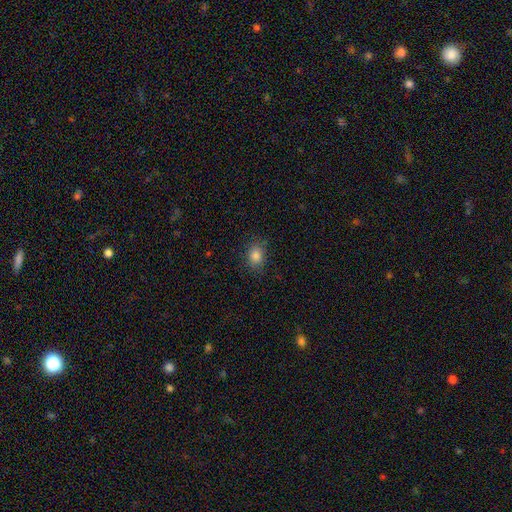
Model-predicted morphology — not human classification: Smooth or featured? smooth (84%)
How rounded? in between (55%)
Merging? none (82%)